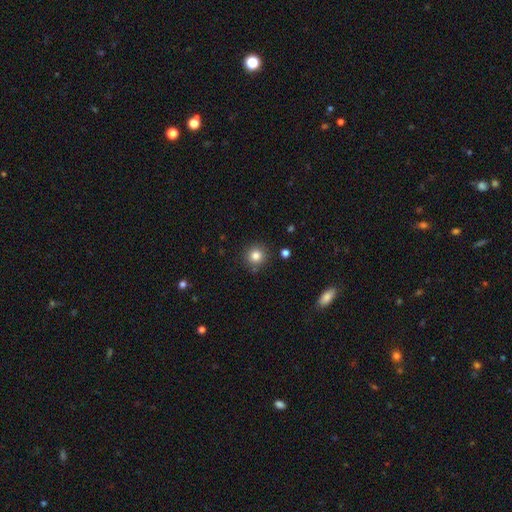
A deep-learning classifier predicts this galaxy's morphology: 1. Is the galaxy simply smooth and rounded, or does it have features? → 83% smooth, 12% star or artifact, 6% featured or disk.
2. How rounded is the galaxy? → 93% round, 6% in between, 1% cigar-shaped.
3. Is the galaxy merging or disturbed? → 87% none, 8% minor disturbance, 3% merger, 2% major disturbance.